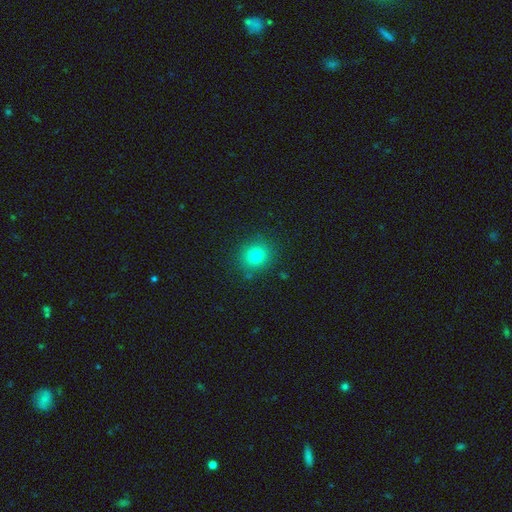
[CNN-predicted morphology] smooth-or-featured: smooth: 78% | star or artifact: 15% | featured or disk: 8%
  how-rounded: round: 84% | in between: 15% | cigar-shaped: 1%
  merging: none: 87% | minor disturbance: 8% | major disturbance: 3% | merger: 2%